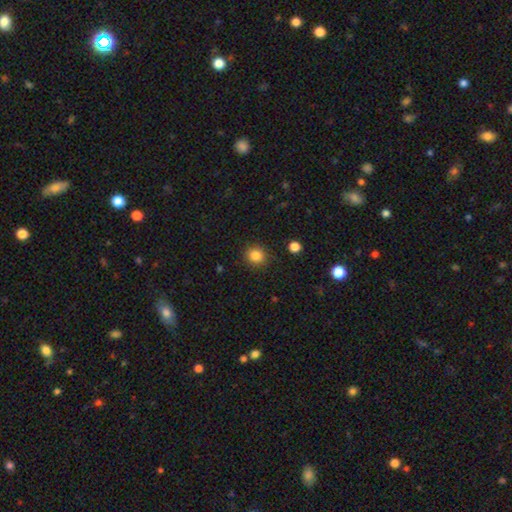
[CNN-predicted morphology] type=smooth (84%); roundness=round (89%); merging=none (89%).